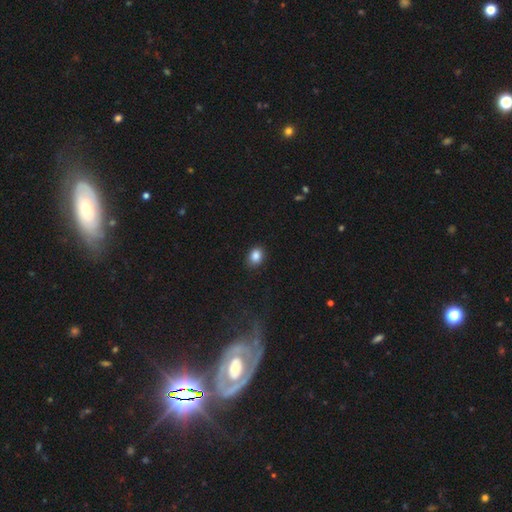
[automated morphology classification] type=smooth (86%); roundness=in between (56%); merging=none (88%).